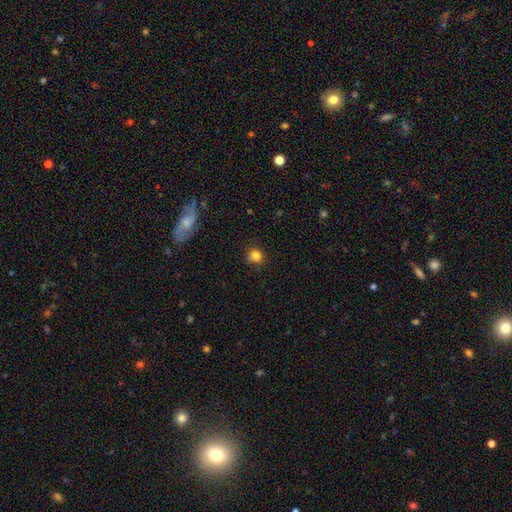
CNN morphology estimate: Smooth or featured? smooth (81%)
How rounded? round (84%)
Merging? none (72%)